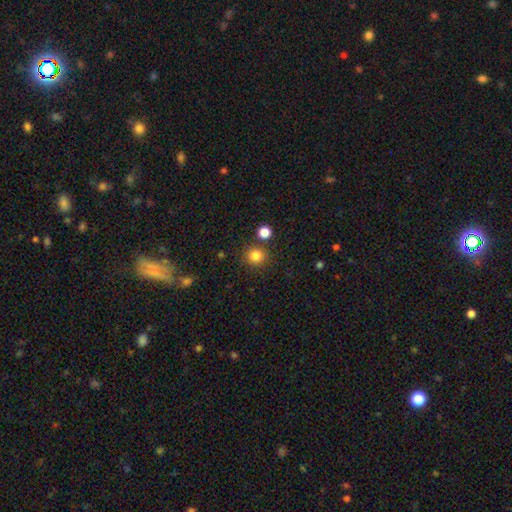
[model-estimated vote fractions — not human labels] This appears to be a smooth galaxy with no disk features (83%) that is round (90%). Merging: none (82%).